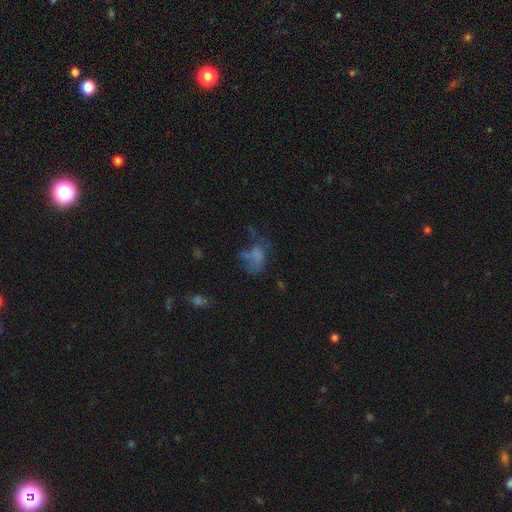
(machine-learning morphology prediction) Overall: smooth (55%; featured or disk 27%). How rounded: in between (78%). Merging: major disturbance (38%; none 28%).